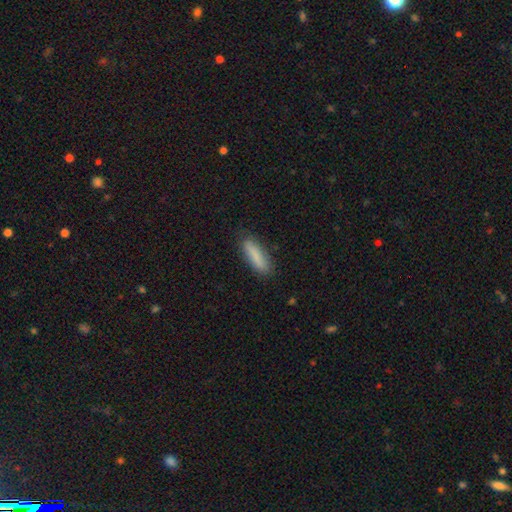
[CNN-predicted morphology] Overall: smooth (85%). How rounded: cigar-shaped (63%; in between 35%). Merging: none (84%).